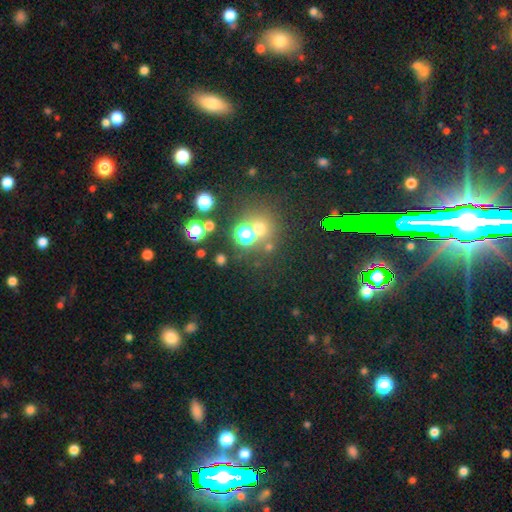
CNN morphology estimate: Overall: star or artifact (70%).